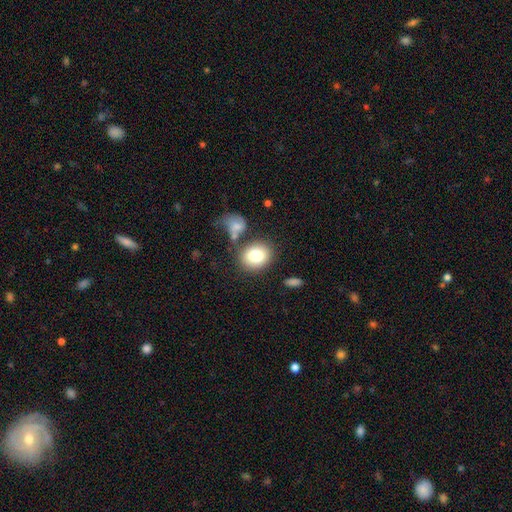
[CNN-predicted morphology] Smooth or featured: smooth — 82% (featured or disk — 10%)
How rounded: round — 53% (in between — 46%)
Merging: none — 68% (merger — 14%)